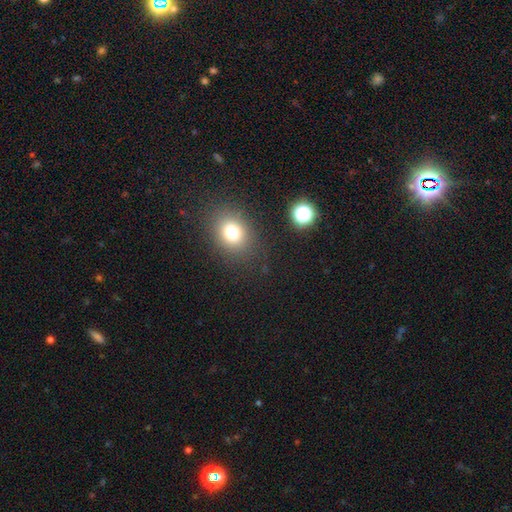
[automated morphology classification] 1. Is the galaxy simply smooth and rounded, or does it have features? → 67% smooth, 26% star or artifact, 7% featured or disk.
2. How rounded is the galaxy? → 57% round, 42% in between, 1% cigar-shaped.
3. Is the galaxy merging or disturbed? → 89% none, 7% minor disturbance, 2% major disturbance, 2% merger.